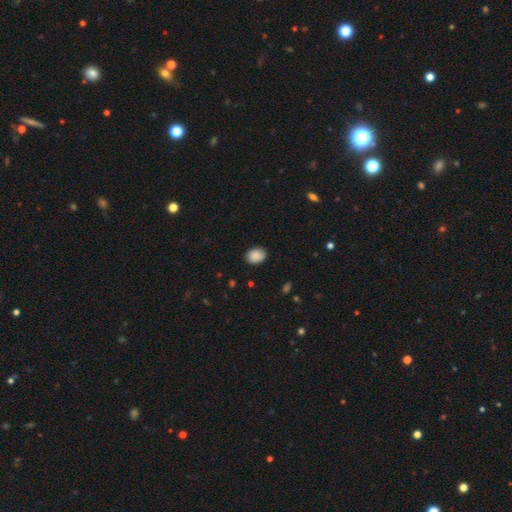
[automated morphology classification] Smooth or featured: smooth — 89% (star or artifact — 7%)
How rounded: in between — 61% (round — 38%)
Merging: none — 86% (minor disturbance — 11%)